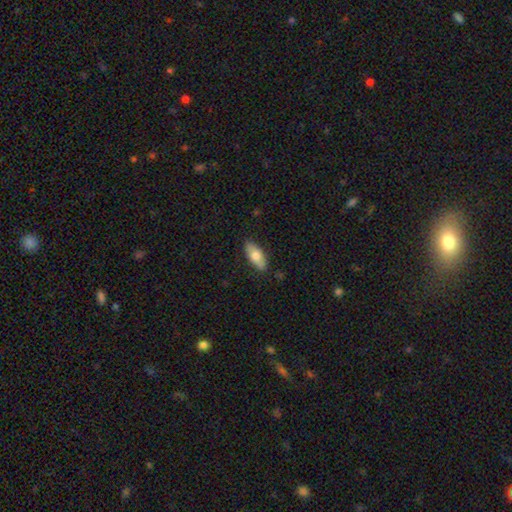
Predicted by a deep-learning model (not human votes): The model was most divided on "smooth or featured": smooth: 73%, featured or disk: 21%, star or artifact: 6%. More confident: how rounded — in between (86%); merging — none (86%).